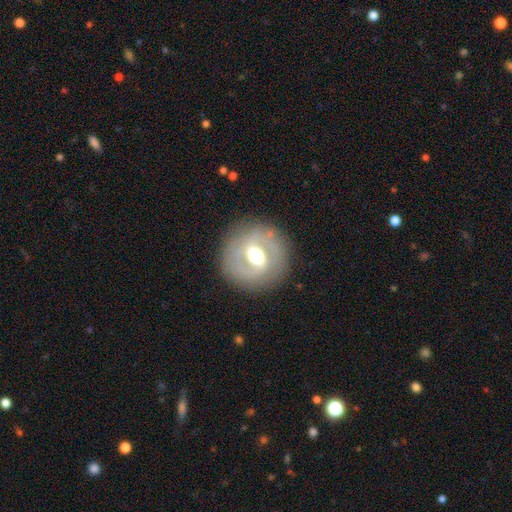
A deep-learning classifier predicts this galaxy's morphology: A featured or disk galaxy (68%) with a weak bar (48%), spiral arms (59%) and a moderate central bulge (71%). Merging: none (84%).